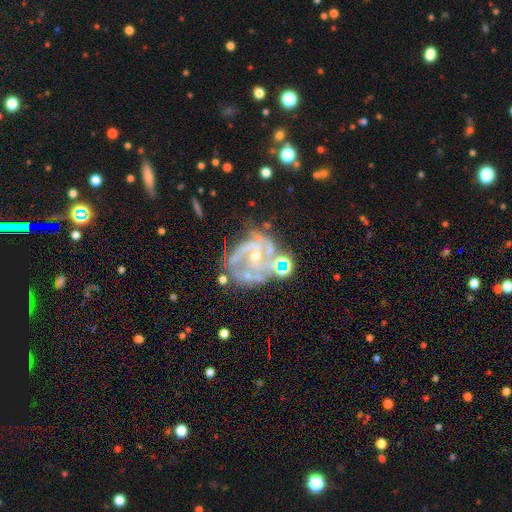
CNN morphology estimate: This is clearly a featured or disk galaxy (85%). It is clearly not viewed edge-on (98%). Bar: likely no (66%). Spiral arm pattern: clearly yes (93%). Spiral arm count: marginally 3 (33%). Spiral winding: possibly tight (46%). Central bulge: likely small (61%). Merging: possibly none (48%).